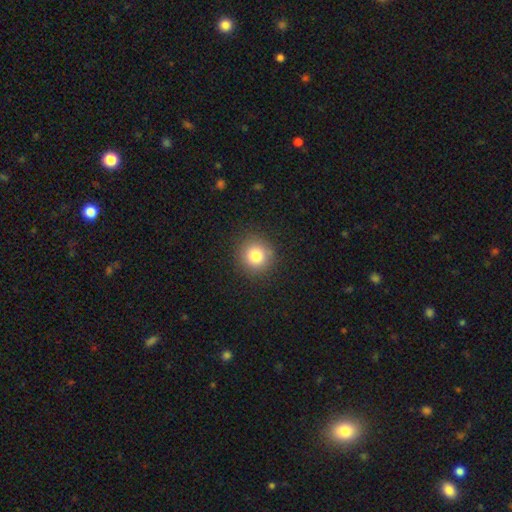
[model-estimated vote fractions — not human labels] Smooth or featured: smooth — 80% (star or artifact — 12%)
How rounded: round — 92% (in between — 7%)
Merging: none — 89% (minor disturbance — 7%)